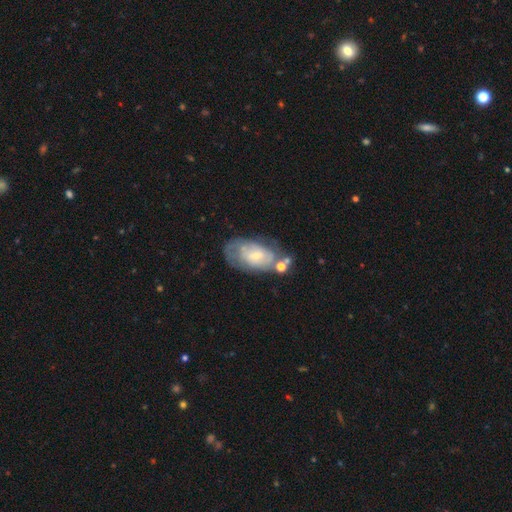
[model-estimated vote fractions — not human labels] Q: Smooth or featured?
A: featured or disk (60%); runner-up: smooth (33%)
Q: Edge-on disk?
A: no (94%); runner-up: yes (6%)
Q: Bar?
A: no (67%); runner-up: weak (28%)
Q: Spiral arms?
A: yes (67%); runner-up: no (33%)
Q: Bulge size?
A: small (65%); runner-up: moderate (26%)
Q: Merging?
A: none (49%); runner-up: minor disturbance (24%)